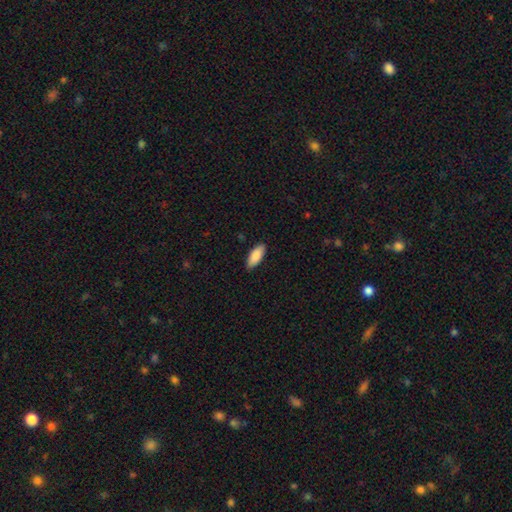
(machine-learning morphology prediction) Smooth or featured: smooth — 88% (featured or disk — 7%)
How rounded: in between — 82% (cigar-shaped — 16%)
Merging: none — 88% (minor disturbance — 9%)